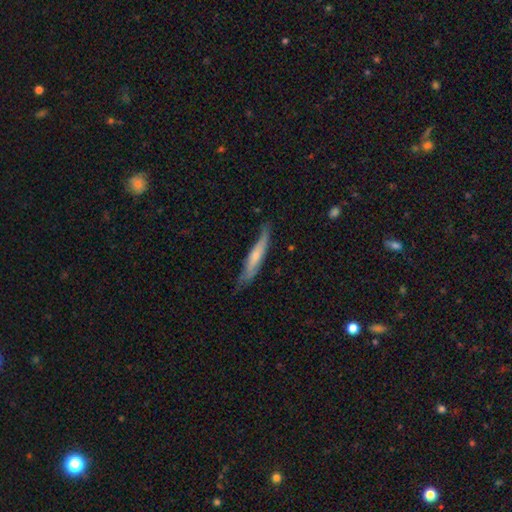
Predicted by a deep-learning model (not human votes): Smooth or featured: smooth — 51% (featured or disk — 44%)
How rounded: cigar-shaped — 90% (in between — 8%)
Merging: none — 65% (minor disturbance — 27%)